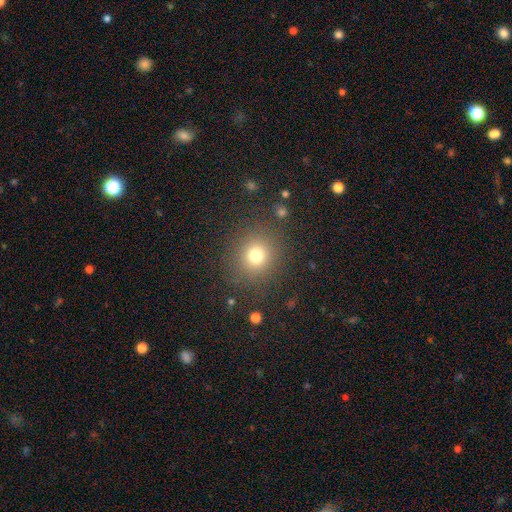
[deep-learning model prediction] Morphology: type=smooth (75%); roundness=round (89%); merging=none (86%).